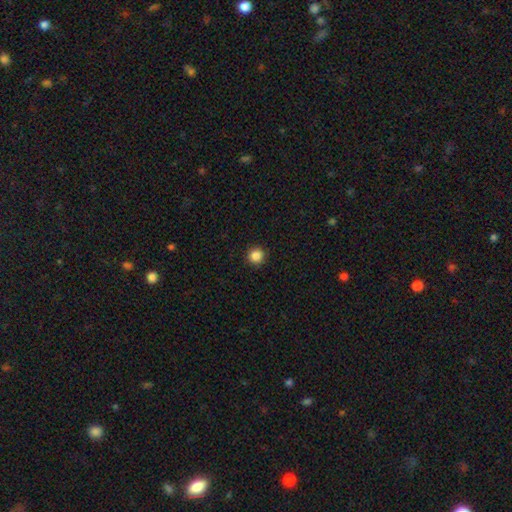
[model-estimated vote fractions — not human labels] The model was most divided on "smooth or featured": smooth: 87%, star or artifact: 10%, featured or disk: 3%. More confident: how rounded — round (95%); merging — none (93%).